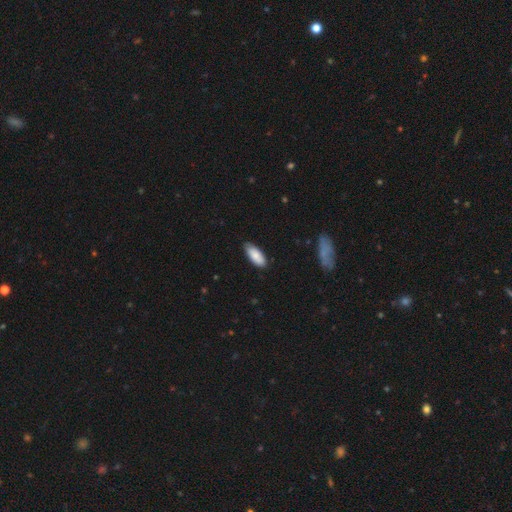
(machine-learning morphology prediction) The model was most divided on "merging": none: 79%, minor disturbance: 17%, major disturbance: 2%, merger: 1%. More confident: how rounded — in between (84%); smooth or featured — smooth (83%).